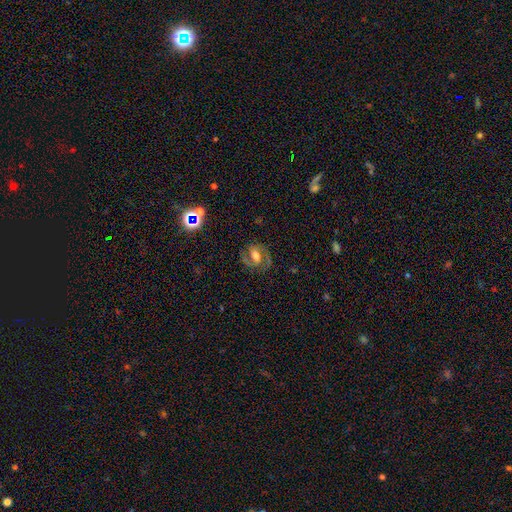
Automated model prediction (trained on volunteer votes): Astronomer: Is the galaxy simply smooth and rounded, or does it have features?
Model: featured or disk — 74%.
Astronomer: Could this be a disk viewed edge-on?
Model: no — 97%.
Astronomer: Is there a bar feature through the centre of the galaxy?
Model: weak — 43% (runner-up: no, 30%).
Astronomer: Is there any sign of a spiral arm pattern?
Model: yes — 90%.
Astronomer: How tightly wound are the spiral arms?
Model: medium — 54% (runner-up: tight, 31%).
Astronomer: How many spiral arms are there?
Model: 2 — 88%.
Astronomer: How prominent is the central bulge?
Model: moderate — 61%.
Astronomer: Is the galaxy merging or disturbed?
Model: none — 77%.